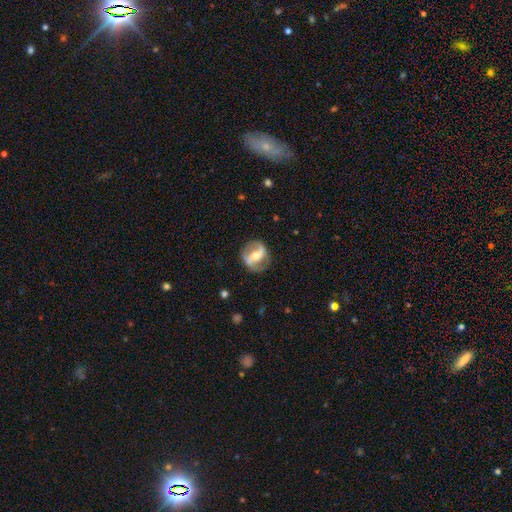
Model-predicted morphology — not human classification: featured or disk 80%, smooth 14%, star or artifact 5%. Down the decision tree: edge-on disk — no (95%); bar — strong (54%); spiral arms — yes (84%); spiral arm count — 2 (88%); spiral winding — loose (43%); bulge size — moderate (60%); merging — none (80%).